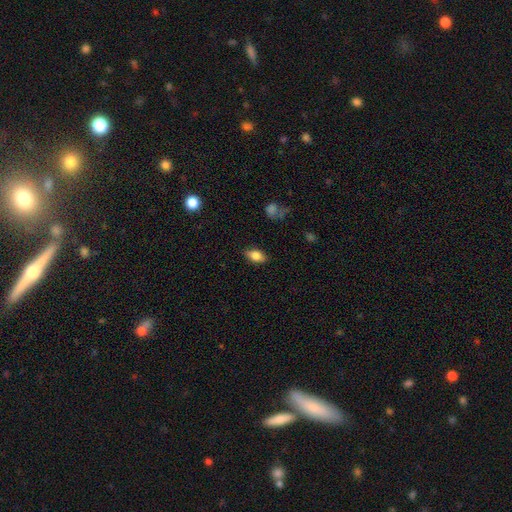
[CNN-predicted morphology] Smooth or featured?
  - smooth: 79% *
  - featured or disk: 13%
  - star or artifact: 8%
How rounded?
  - in between: 88% *
  - round: 6%
  - cigar-shaped: 6%
Merging?
  - none: 86% *
  - minor disturbance: 10%
  - major disturbance: 2%
  - merger: 1%